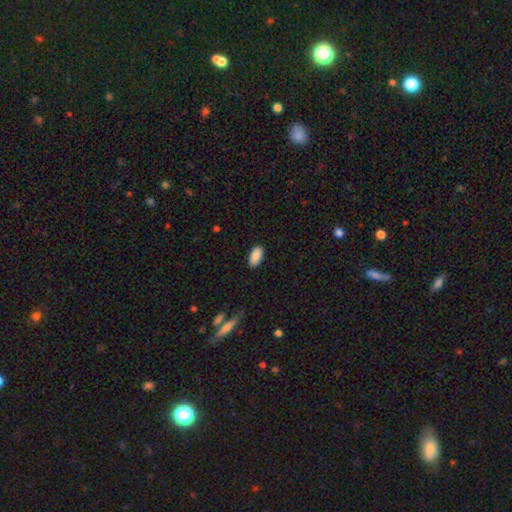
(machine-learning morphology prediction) A smooth galaxy with no disk features (89%) that is in between round and cigar-shaped (93%). Merging: none (88%).